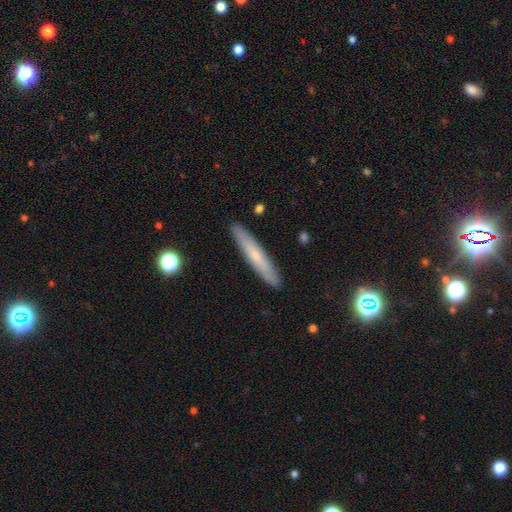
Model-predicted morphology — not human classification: smooth_or_featured: smooth (p=0.57) [alt: featured or disk p=0.36]
how_rounded: cigar-shaped (p=0.93) [alt: in between p=0.05]
merging: none (p=0.90) [alt: minor disturbance p=0.07]